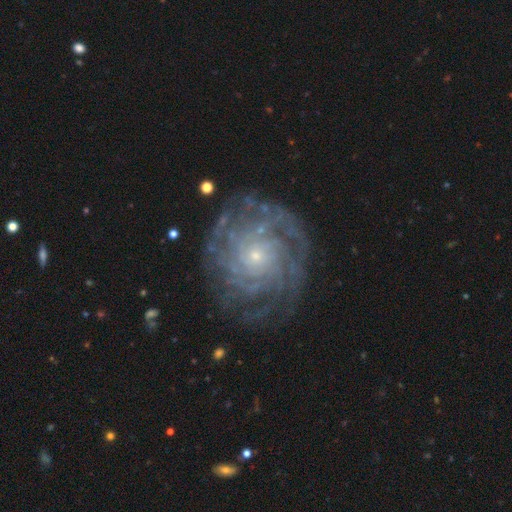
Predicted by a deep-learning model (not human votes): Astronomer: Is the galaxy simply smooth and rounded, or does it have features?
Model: featured or disk — 86%.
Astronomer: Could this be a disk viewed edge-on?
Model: no — 97%.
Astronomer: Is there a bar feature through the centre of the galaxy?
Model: no — 82%.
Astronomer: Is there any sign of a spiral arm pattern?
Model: yes — 95%.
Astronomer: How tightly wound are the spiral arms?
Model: tight — 78%.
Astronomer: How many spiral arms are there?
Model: can't tell — 33% (runner-up: more than 4, 22%).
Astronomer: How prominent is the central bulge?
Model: small — 83%.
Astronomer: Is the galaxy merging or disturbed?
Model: none — 78%.